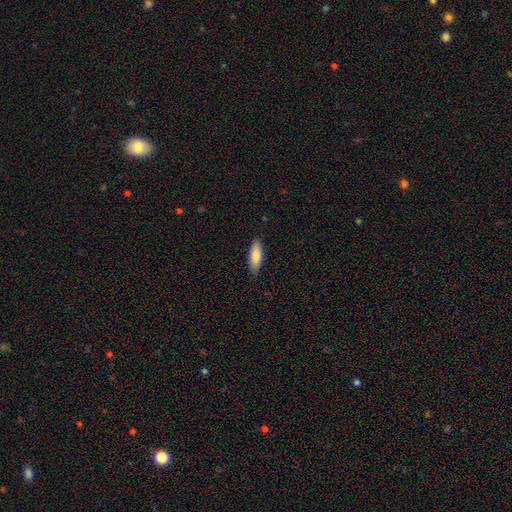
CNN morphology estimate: smooth 85%, featured or disk 9%, star or artifact 6%. Down the decision tree: how rounded — in between (63%); merging — none (88%).